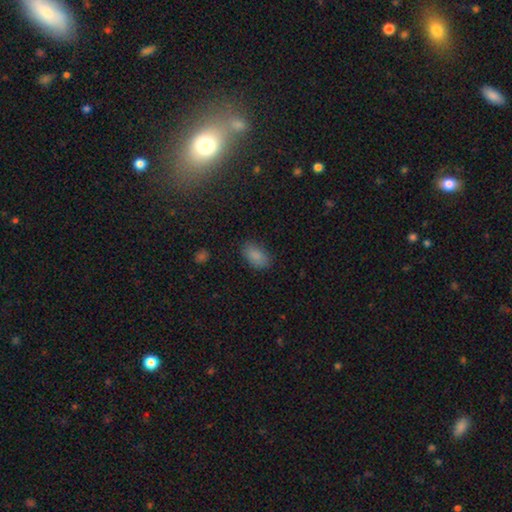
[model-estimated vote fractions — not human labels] Overall: smooth (87%). How rounded: in between (93%). Merging: none (83%).